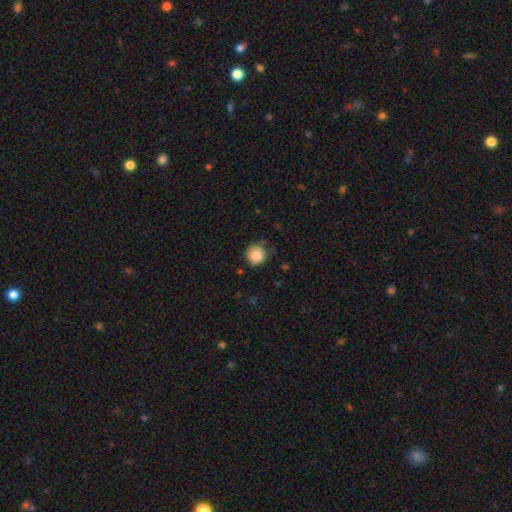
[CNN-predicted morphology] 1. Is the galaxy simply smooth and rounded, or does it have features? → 85% smooth, 9% star or artifact, 6% featured or disk.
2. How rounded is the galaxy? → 90% round, 9% in between, 1% cigar-shaped.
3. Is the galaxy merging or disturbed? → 63% none, 27% minor disturbance, 8% major disturbance, 2% merger.